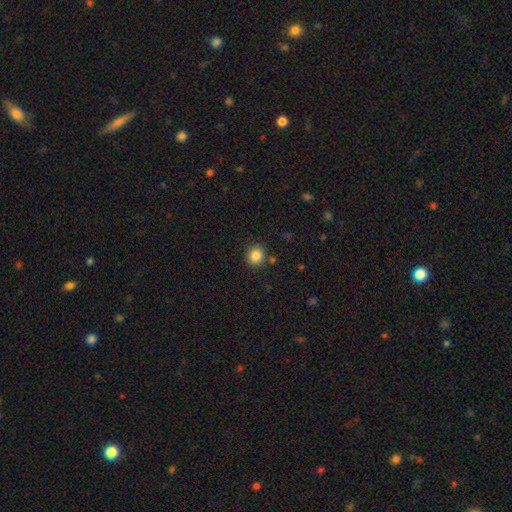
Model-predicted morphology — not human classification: The model was most divided on "how rounded": round: 84%, in between: 15%, cigar-shaped: 1%. More confident: merging — none (87%); smooth or featured — smooth (85%).